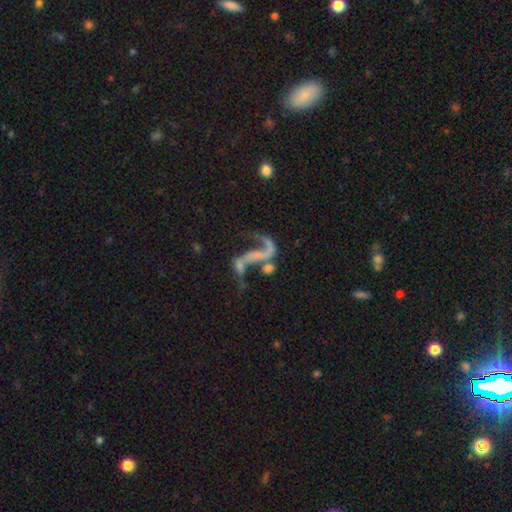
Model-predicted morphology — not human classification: Overall: featured or disk (69%). Edge-on disk: no (92%). Bar: no (53%; strong 24%). Spiral arms: yes (68%; no 32%). Bulge size: none (60%; small 28%). Merging: major disturbance (31%; none 30%).